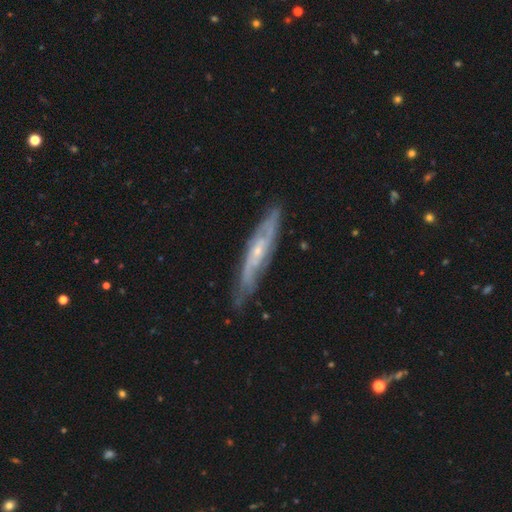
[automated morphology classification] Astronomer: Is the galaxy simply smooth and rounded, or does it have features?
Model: featured or disk — 74%.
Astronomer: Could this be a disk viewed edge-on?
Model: no — 51% (runner-up: yes, 49%).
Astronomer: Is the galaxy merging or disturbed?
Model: none — 79%.